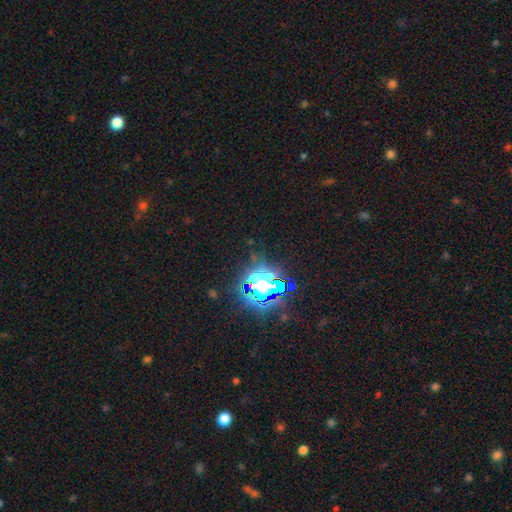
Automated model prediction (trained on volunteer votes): This is clearly a star or artifact rather than a galaxy (81%).